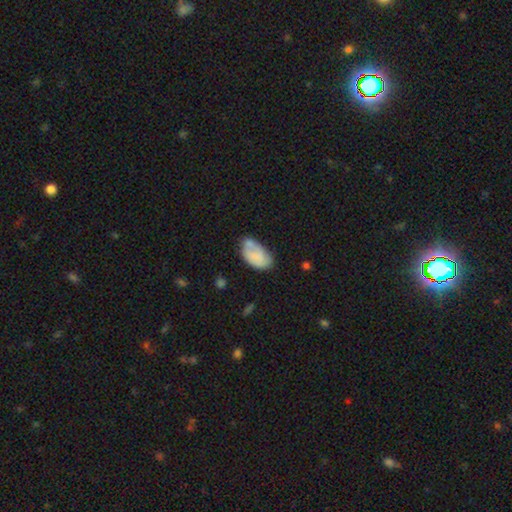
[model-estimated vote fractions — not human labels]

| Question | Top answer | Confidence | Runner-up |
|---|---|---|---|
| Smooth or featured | smooth | 72% | featured or disk (21%) |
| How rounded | in between | 94% | round (5%) |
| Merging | none | 44% | minor disturbance (32%) |